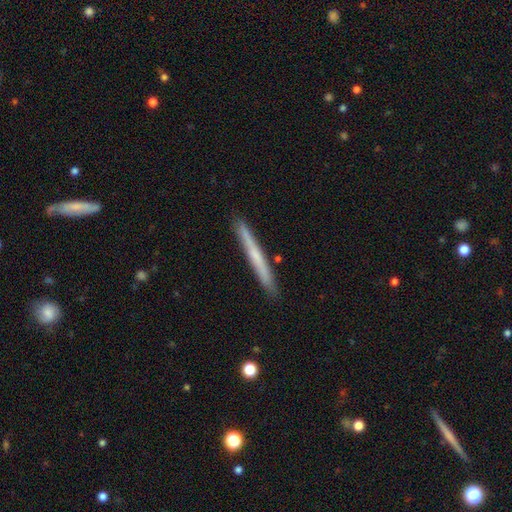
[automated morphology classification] The model was most divided on "smooth or featured": smooth: 50%, featured or disk: 44%, star or artifact: 6%. More confident: how rounded — cigar-shaped (97%); merging — none (90%).